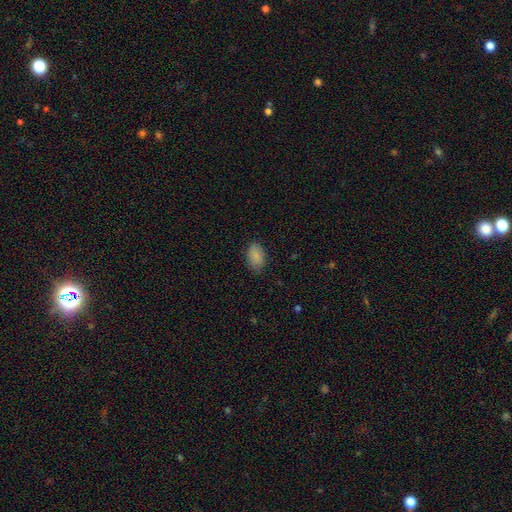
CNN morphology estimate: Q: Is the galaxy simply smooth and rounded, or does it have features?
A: smooth — 86%.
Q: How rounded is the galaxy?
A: in between — 90%.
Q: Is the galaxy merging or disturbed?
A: none — 81%.